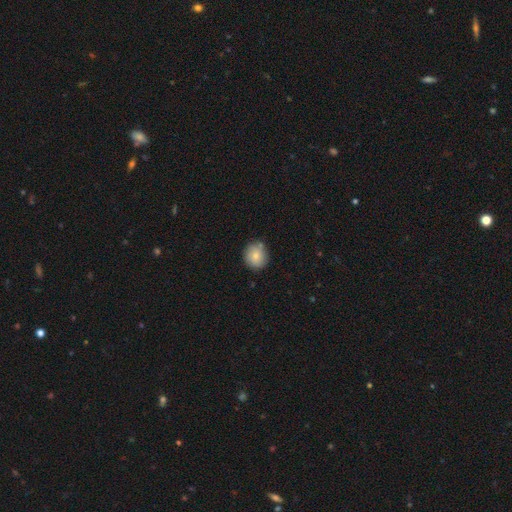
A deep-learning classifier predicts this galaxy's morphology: Smooth or featured? Predicted: smooth (p=0.79). How rounded? Predicted: round (p=0.84). Merging? Predicted: none (p=0.79).